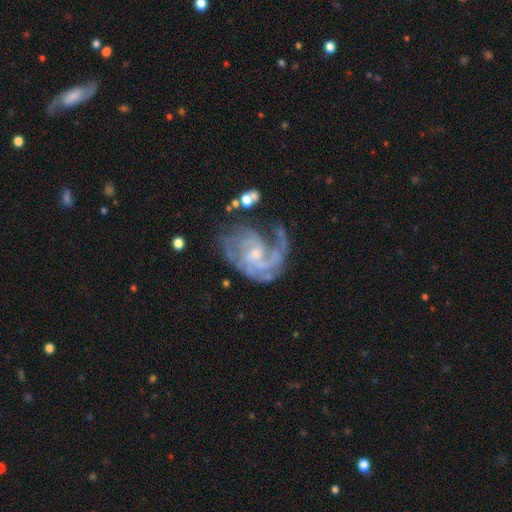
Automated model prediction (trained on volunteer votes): Smooth or featured? Predicted: featured or disk (p=0.88). Edge-on disk? Predicted: no (p=0.98). Bar? Predicted: no (p=0.53). Spiral arms? Predicted: yes (p=0.96). Spiral winding? Predicted: medium (p=0.44). Spiral arm count? Predicted: 3 (p=0.26). Bulge size? Predicted: small (p=0.62). Merging? Predicted: none (p=0.49).